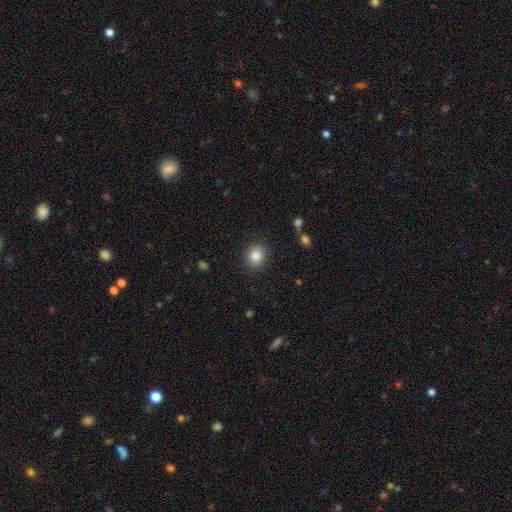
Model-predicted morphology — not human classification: A smooth galaxy with no disk features (85%) that is round (65%).

Vote fractions:
- Smooth or featured? smooth: 85% / star or artifact: 9% / featured or disk: 6%
- How rounded? round: 65% / in between: 34% / cigar-shaped: 1%
- Merging? none: 88% / minor disturbance: 8% / major disturbance: 3% / merger: 1%